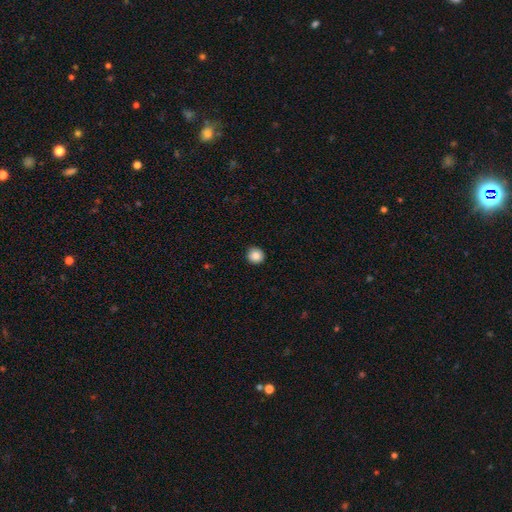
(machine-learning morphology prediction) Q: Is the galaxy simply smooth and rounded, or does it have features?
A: smooth — 86%.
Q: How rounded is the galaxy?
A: round — 93%.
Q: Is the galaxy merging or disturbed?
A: none — 91%.